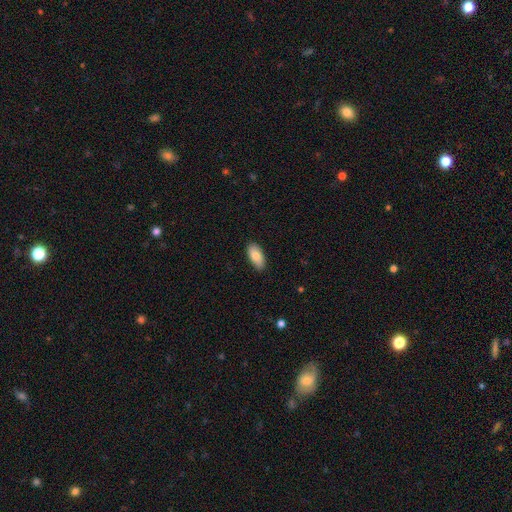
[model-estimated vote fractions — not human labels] smooth-or-featured: smooth: 82% | featured or disk: 12% | star or artifact: 6%
  how-rounded: in between: 91% | cigar-shaped: 7% | round: 2%
  merging: none: 87% | minor disturbance: 11% | major disturbance: 2% | merger: 1%